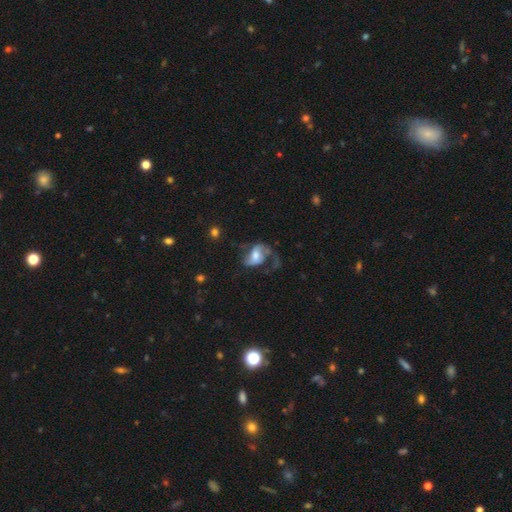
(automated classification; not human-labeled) Smooth or featured? featured or disk (67%)
Edge-on disk? no (97%)
Bar? no (44%)
Spiral arms? yes (85%)
Spiral winding? loose (57%)
Spiral arm count? 2 (61%)
Bulge size? moderate (55%)
Merging? major disturbance (42%)